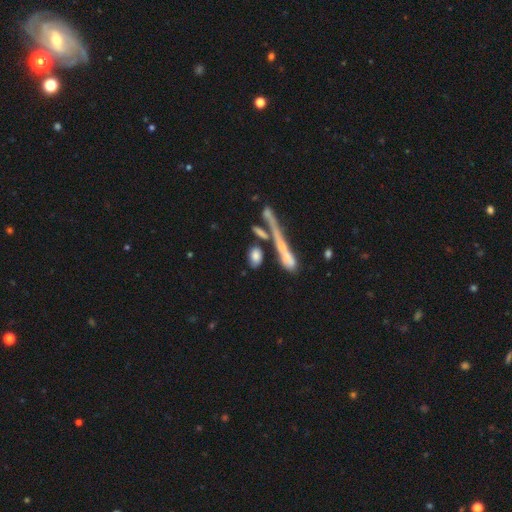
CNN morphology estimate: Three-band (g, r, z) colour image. It shows a smooth galaxy with no disk features (73%) that is in between round and cigar-shaped (67%). Merging: none (57%).